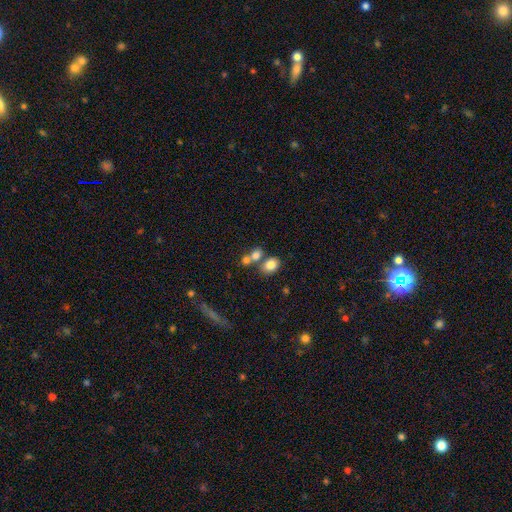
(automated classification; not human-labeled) smooth_or_featured: smooth (p=0.77) [alt: star or artifact p=0.12]
how_rounded: in between (p=0.55) [alt: round p=0.43]
merging: none (p=0.43) [alt: merger p=0.42]